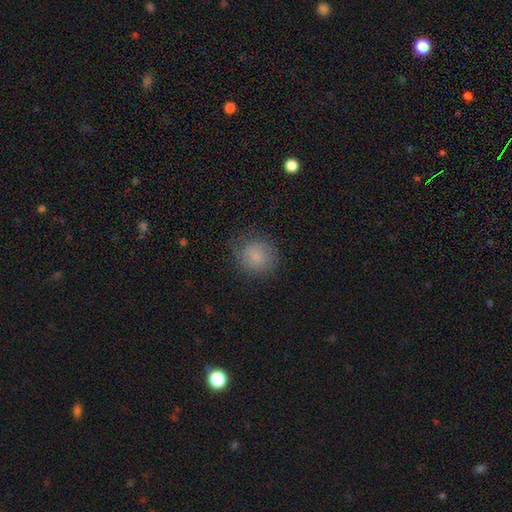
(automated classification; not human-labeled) This appears to be a smooth galaxy with no disk features (81%) that is round (84%). Merging: none (73%).